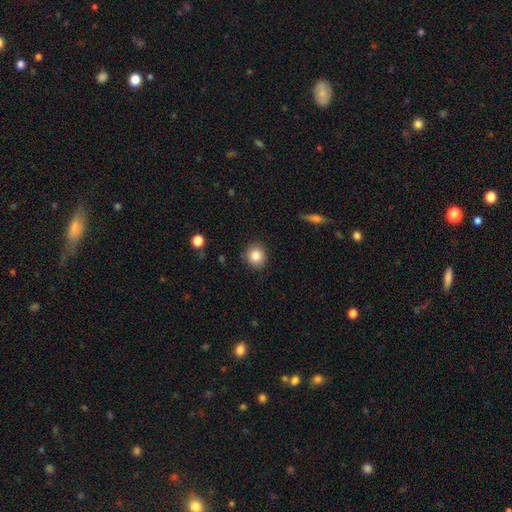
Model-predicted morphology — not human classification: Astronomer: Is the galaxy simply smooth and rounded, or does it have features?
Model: smooth — 84%.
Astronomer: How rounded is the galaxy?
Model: round — 85%.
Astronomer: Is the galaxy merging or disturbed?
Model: none — 88%.